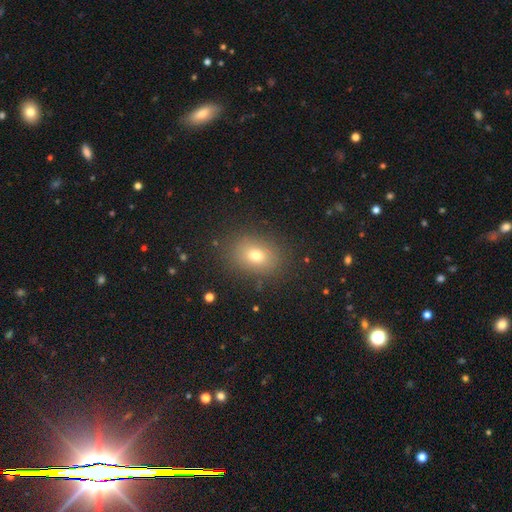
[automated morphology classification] type=smooth (73%); roundness=in between (63%); merging=none (84%).